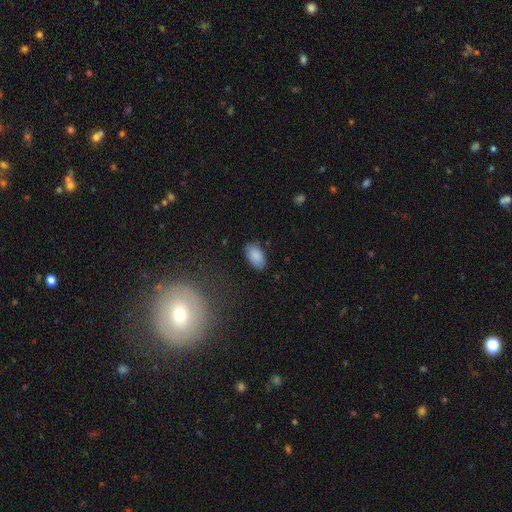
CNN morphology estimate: Smooth or featured? smooth (88%)
How rounded? in between (95%)
Merging? none (83%)